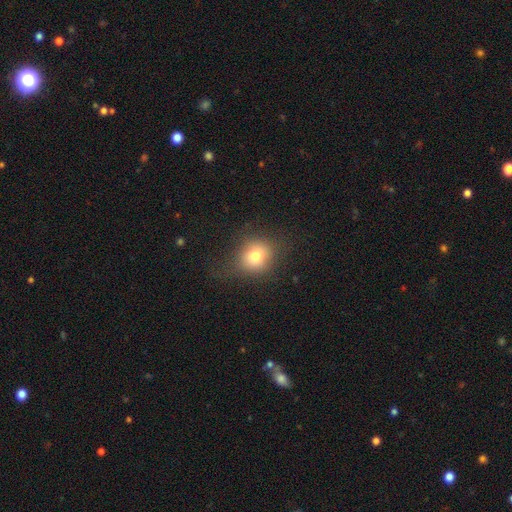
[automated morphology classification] smooth_or_featured: smooth (p=0.74) [alt: star or artifact p=0.13]
how_rounded: round (p=0.74) [alt: in between p=0.25]
merging: none (p=0.70) [alt: minor disturbance p=0.18]